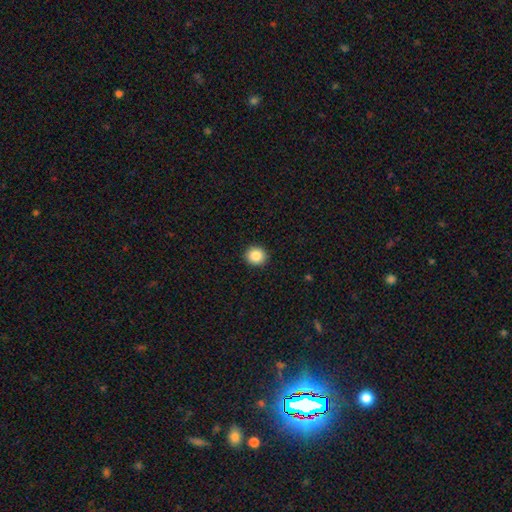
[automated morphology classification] smooth-or-featured: smooth: 86% | star or artifact: 9% | featured or disk: 4%
  how-rounded: round: 90% | in between: 9% | cigar-shaped: 1%
  merging: none: 93% | minor disturbance: 4% | major disturbance: 2% | merger: 1%